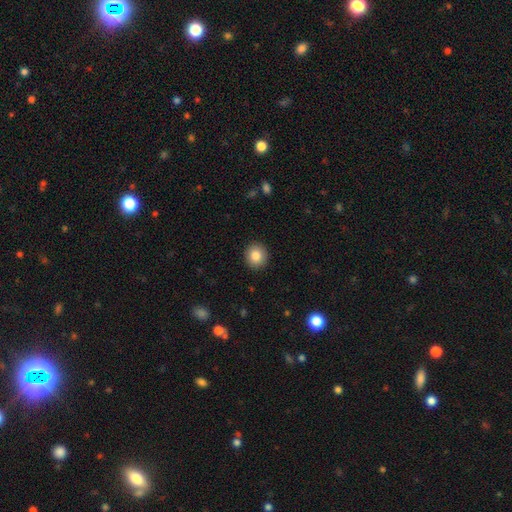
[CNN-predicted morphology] Overall: smooth (84%). How rounded: round (84%). Merging: none (91%).